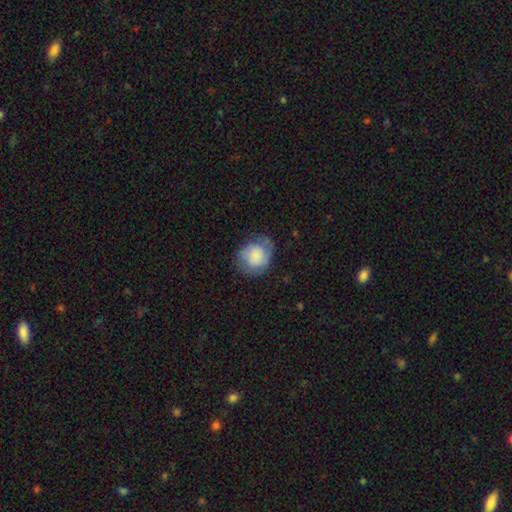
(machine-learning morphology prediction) Q: Smooth or featured?
A: smooth (62%); runner-up: featured or disk (30%)
Q: How rounded?
A: round (70%); runner-up: in between (29%)
Q: Merging?
A: none (60%); runner-up: minor disturbance (25%)